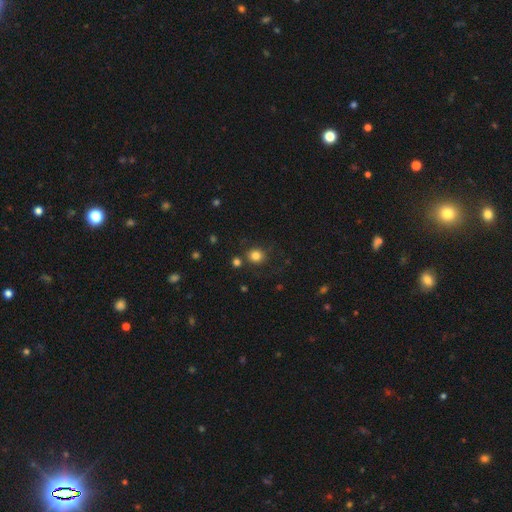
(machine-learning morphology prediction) Smooth or featured: smooth — 81% (star or artifact — 13%)
How rounded: round — 85% (in between — 14%)
Merging: none — 80% (minor disturbance — 10%)